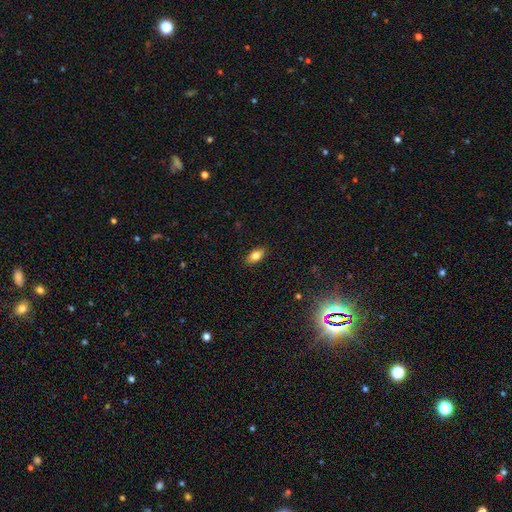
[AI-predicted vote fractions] This is clearly a smooth galaxy (81%). How rounded: clearly in between (88%). Merging: clearly none (88%).